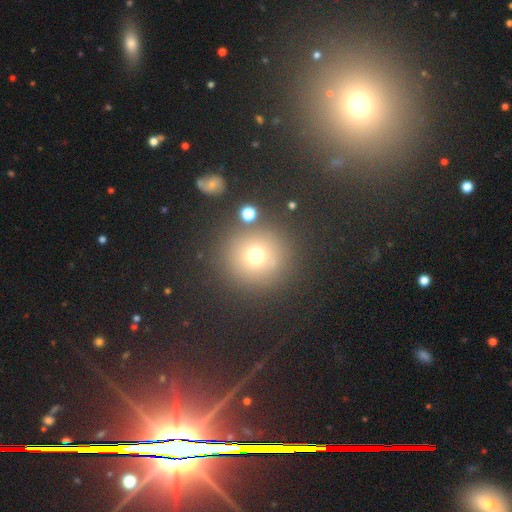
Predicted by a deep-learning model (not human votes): Smooth or featured?
  - smooth: 70% *
  - star or artifact: 19%
  - featured or disk: 11%
How rounded?
  - round: 93% *
  - in between: 6%
  - cigar-shaped: 1%
Merging?
  - none: 82% *
  - minor disturbance: 8%
  - merger: 5%
  - major disturbance: 5%